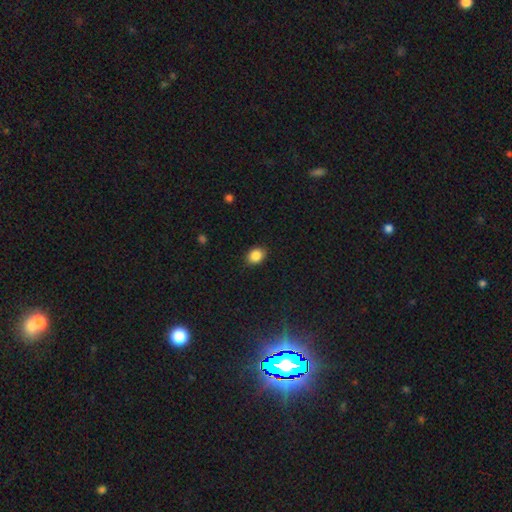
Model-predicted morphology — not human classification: Smooth or featured: smooth — 87% (star or artifact — 9%)
How rounded: in between — 59% (round — 40%)
Merging: none — 87% (minor disturbance — 10%)